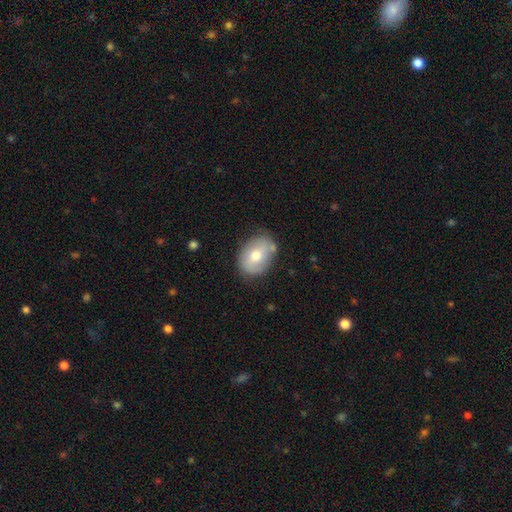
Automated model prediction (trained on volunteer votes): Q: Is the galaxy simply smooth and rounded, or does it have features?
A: smooth — 60%.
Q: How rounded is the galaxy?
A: in between — 70%.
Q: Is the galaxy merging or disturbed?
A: none — 73%.